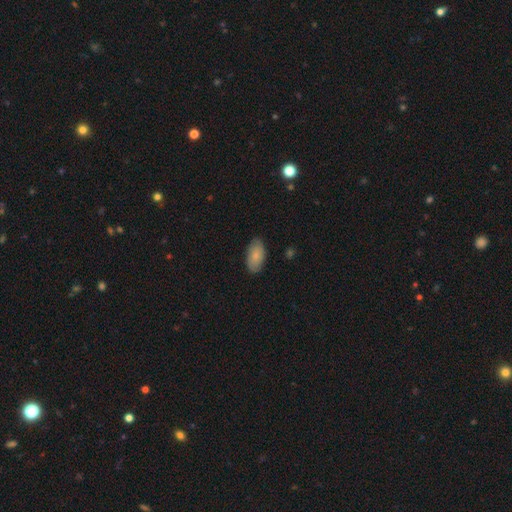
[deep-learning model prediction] The model was most divided on "smooth or featured": smooth: 82%, featured or disk: 12%, star or artifact: 6%. More confident: how rounded — in between (95%); merging — none (83%).